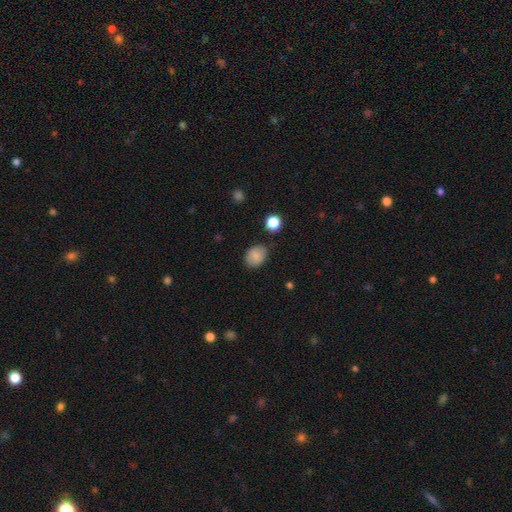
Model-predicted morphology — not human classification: Smooth or featured?
  - smooth: 83% *
  - star or artifact: 9%
  - featured or disk: 8%
How rounded?
  - in between: 65% *
  - round: 34%
  - cigar-shaped: 1%
Merging?
  - none: 79% *
  - minor disturbance: 16%
  - major disturbance: 3%
  - merger: 2%